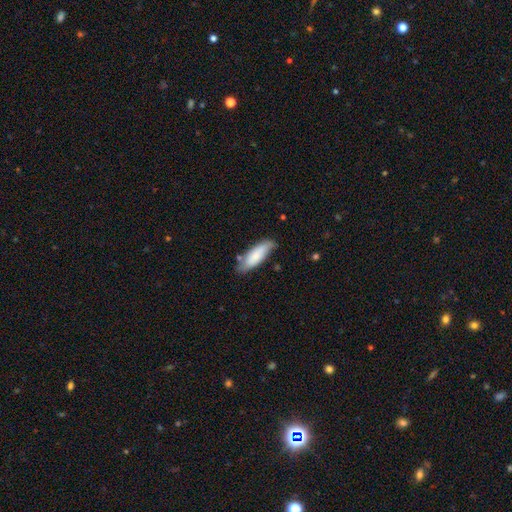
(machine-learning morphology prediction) Smooth or featured: smooth — 78% (featured or disk — 16%)
How rounded: in between — 54% (cigar-shaped — 44%)
Merging: none — 67% (minor disturbance — 24%)